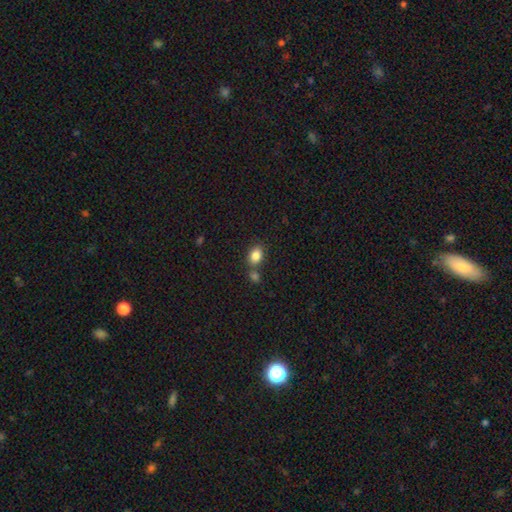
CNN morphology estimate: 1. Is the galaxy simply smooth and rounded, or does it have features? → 85% smooth, 10% star or artifact, 6% featured or disk.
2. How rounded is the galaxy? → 72% in between, 27% round, 1% cigar-shaped.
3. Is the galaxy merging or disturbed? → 61% none, 24% merger, 11% minor disturbance, 3% major disturbance.